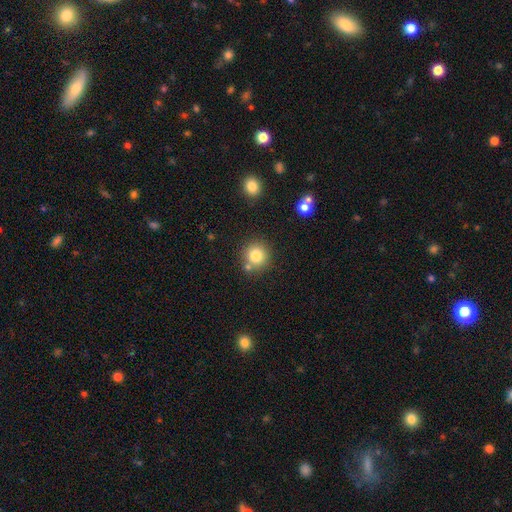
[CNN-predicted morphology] This appears to be a smooth galaxy with no disk features (82%) that is round (92%). Merging: none (75%).